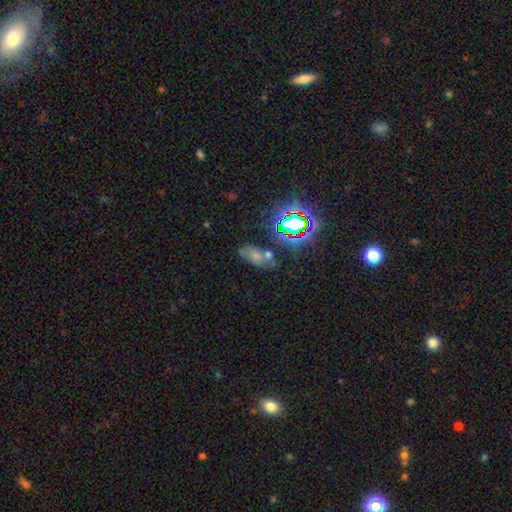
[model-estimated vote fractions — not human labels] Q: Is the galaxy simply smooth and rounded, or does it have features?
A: smooth — 50%.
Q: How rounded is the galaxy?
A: in between — 82%.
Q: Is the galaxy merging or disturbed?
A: none — 50%.